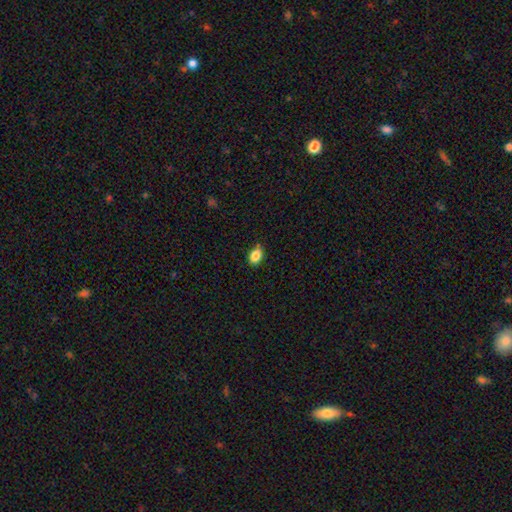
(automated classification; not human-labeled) The model was most divided on "how rounded": in between: 83%, round: 16%, cigar-shaped: 2%. More confident: smooth or featured — smooth (86%); merging — none (82%).